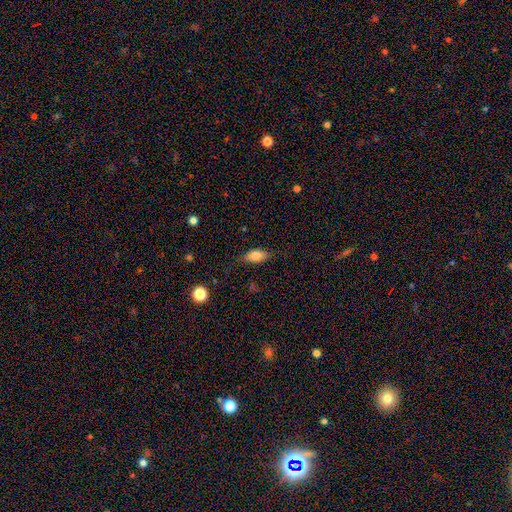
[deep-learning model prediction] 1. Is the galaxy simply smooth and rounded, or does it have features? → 78% smooth, 14% featured or disk, 8% star or artifact.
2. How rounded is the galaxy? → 87% in between, 8% cigar-shaped, 5% round.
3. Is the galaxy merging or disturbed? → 77% none, 18% minor disturbance, 4% major disturbance, 1% merger.